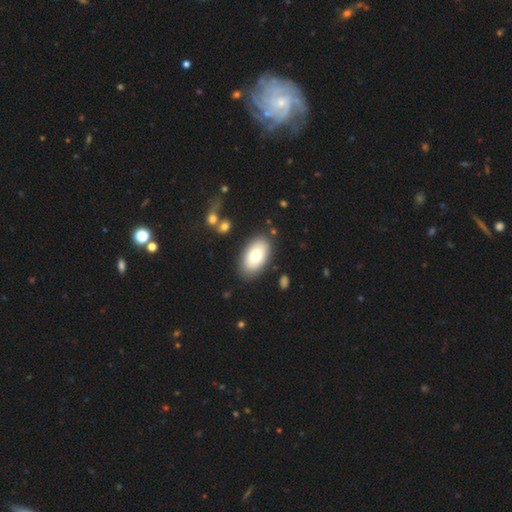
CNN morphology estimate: Smooth or featured? Predicted: smooth (p=0.71). How rounded? Predicted: in between (p=0.93). Merging? Predicted: none (p=0.84).